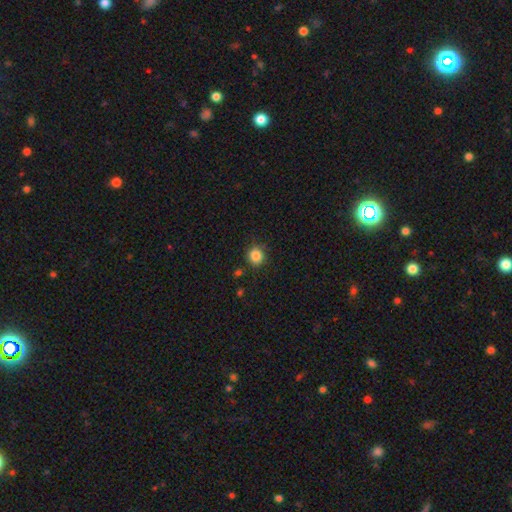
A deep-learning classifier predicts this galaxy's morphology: smooth 85%, star or artifact 11%, featured or disk 5%. Down the decision tree: how rounded — round (90%); merging — none (84%).